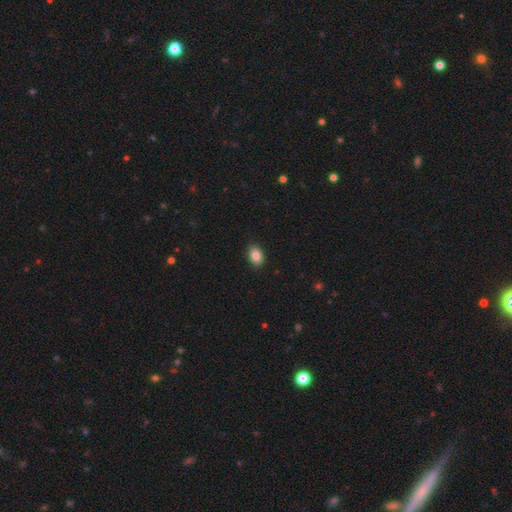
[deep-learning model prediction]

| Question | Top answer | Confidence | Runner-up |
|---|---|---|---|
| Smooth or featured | smooth | 85% | star or artifact (9%) |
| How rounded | in between | 81% | round (17%) |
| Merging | none | 90% | minor disturbance (8%) |